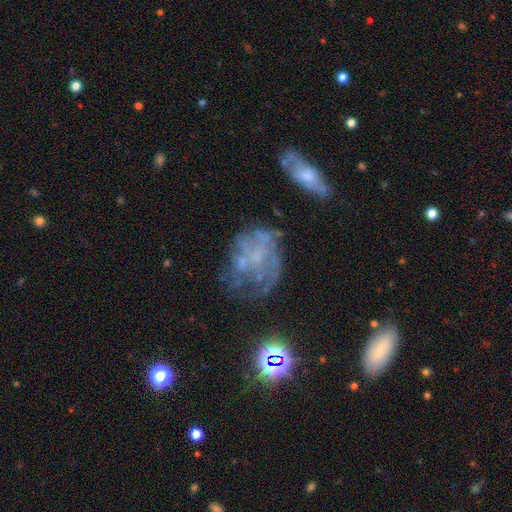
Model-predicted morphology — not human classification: Smooth or featured?
  - featured or disk: 60% *
  - smooth: 23%
  - star or artifact: 17%
Edge-on disk?
  - no: 97% *
  - yes: 3%
Bar?
  - no: 86% *
  - weak: 12%
  - strong: 2%
Spiral arms?
  - no: 74% *
  - yes: 26%
Bulge size?
  - none: 60% *
  - small: 24%
  - moderate: 13%
  - large: 2%
  - dominant: 1%
Merging?
  - none: 43% *
  - major disturbance: 27%
  - minor disturbance: 21%
  - merger: 9%